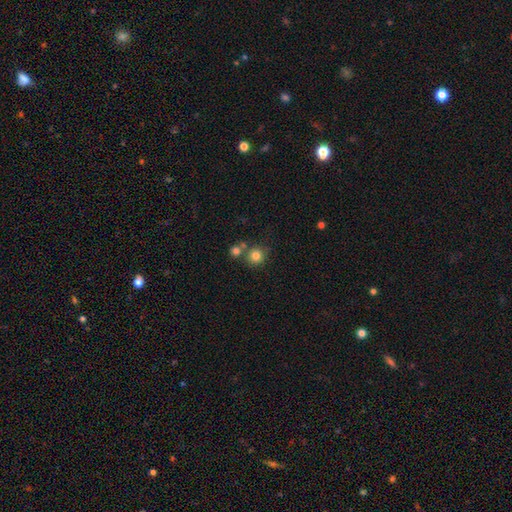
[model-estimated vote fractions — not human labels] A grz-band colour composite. It shows a smooth galaxy with no disk features (81%) that is round (91%). Merging: none (66%).